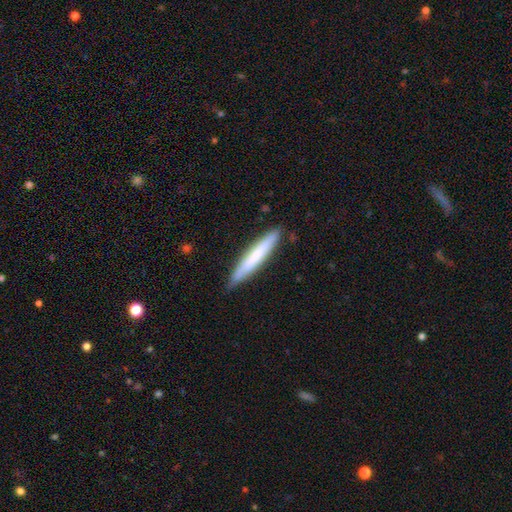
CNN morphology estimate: Smooth or featured? Predicted: smooth (p=0.61). How rounded? Predicted: cigar-shaped (p=0.93). Merging? Predicted: none (p=0.84).